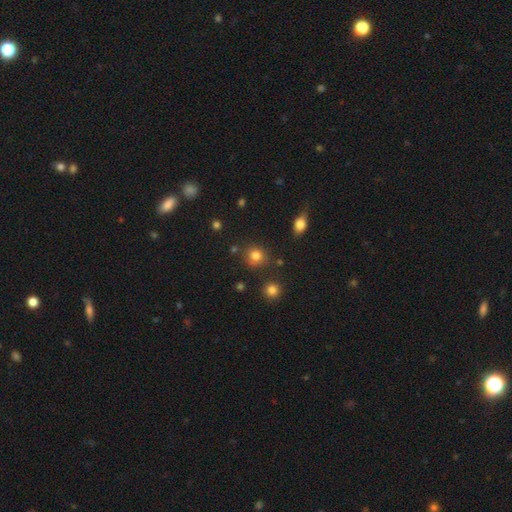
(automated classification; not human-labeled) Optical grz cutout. It shows a smooth galaxy with no disk features (81%) that is round (86%). Merging: none (81%).